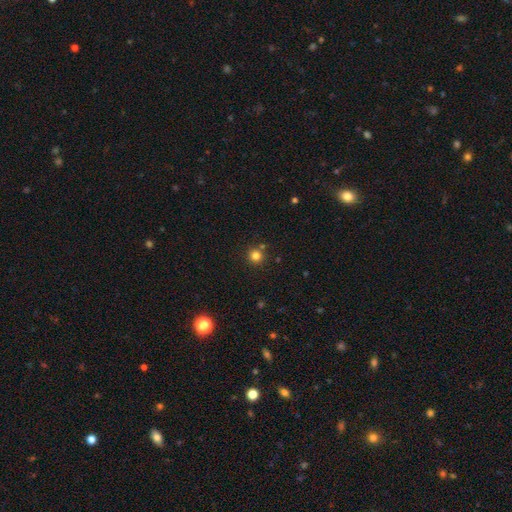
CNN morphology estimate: smooth_or_featured: smooth (p=0.81) [alt: star or artifact p=0.14]
how_rounded: round (p=0.95) [alt: in between p=0.04]
merging: none (p=0.82) [alt: merger p=0.08]